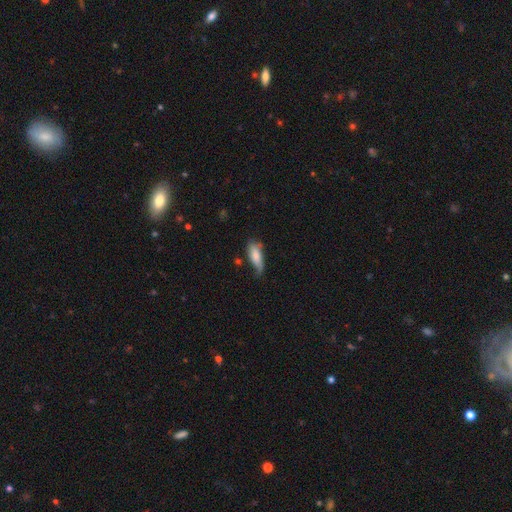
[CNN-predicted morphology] Smooth or featured?
  - smooth: 77% *
  - featured or disk: 16%
  - star or artifact: 7%
How rounded?
  - in between: 67% *
  - cigar-shaped: 30%
  - round: 2%
Merging?
  - none: 45% *
  - minor disturbance: 38%
  - major disturbance: 13%
  - merger: 4%